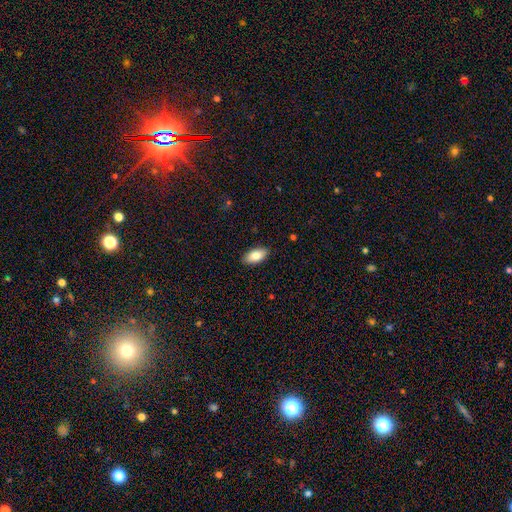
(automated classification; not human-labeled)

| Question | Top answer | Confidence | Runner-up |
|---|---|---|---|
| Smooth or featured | smooth | 84% | featured or disk (10%) |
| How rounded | in between | 92% | cigar-shaped (5%) |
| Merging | none | 89% | minor disturbance (8%) |